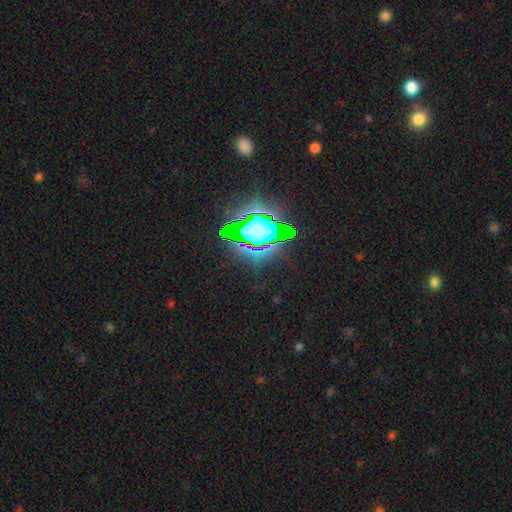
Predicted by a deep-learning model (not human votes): A star or artifact, not a galaxy (73%).